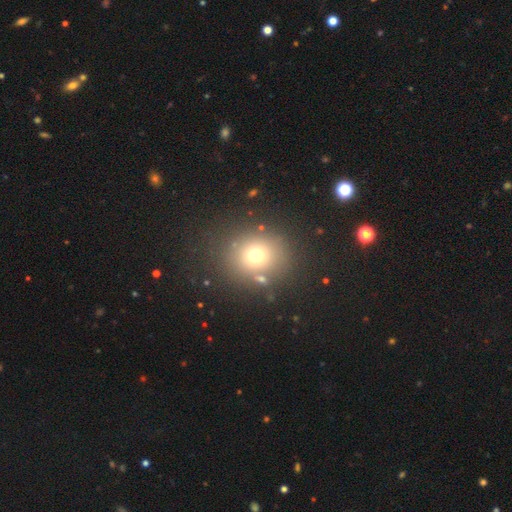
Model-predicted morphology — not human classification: Q: Smooth or featured?
A: smooth (69%); runner-up: star or artifact (19%)
Q: How rounded?
A: round (80%); runner-up: in between (19%)
Q: Merging?
A: none (79%); runner-up: minor disturbance (9%)